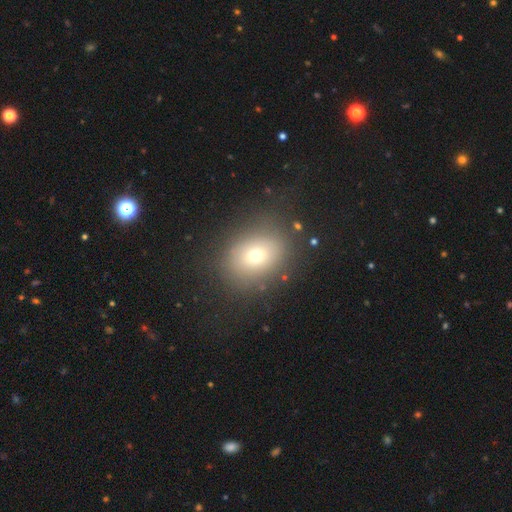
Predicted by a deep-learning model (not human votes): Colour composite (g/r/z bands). It shows a smooth galaxy with no disk features (68%) that is round (52%). Merging: none (78%).